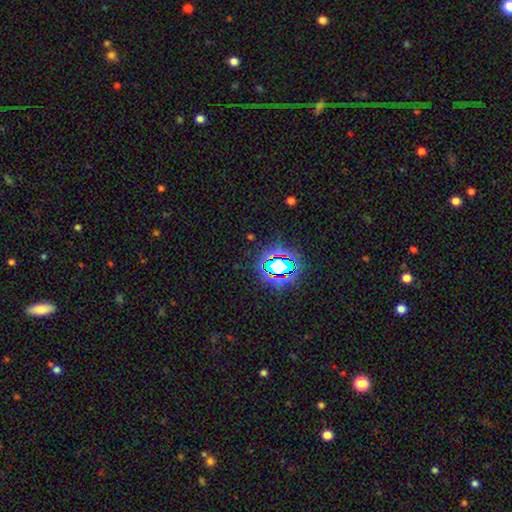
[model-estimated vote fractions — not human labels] Morphology: type=star or artifact (81%).